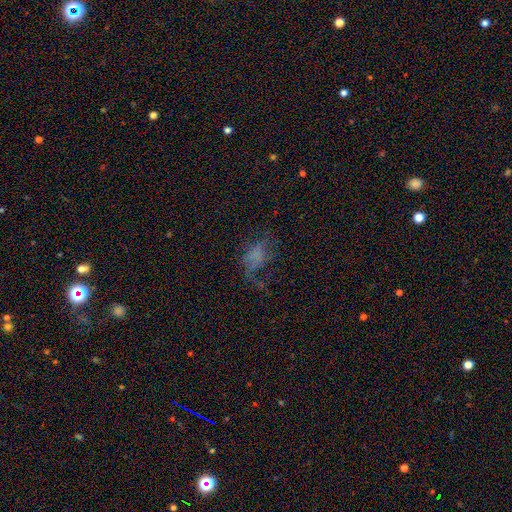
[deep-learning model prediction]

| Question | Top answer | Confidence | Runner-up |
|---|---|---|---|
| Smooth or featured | smooth | 40% | featured or disk (38%) |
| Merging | major disturbance | 48% | none (30%) |